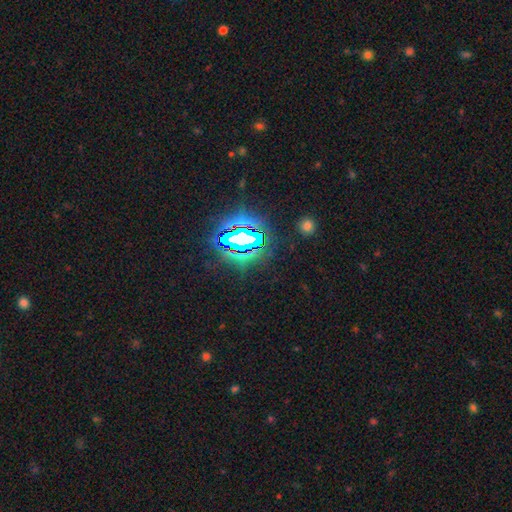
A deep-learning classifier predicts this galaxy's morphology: This appears to be a star or artifact, not a galaxy (76%).